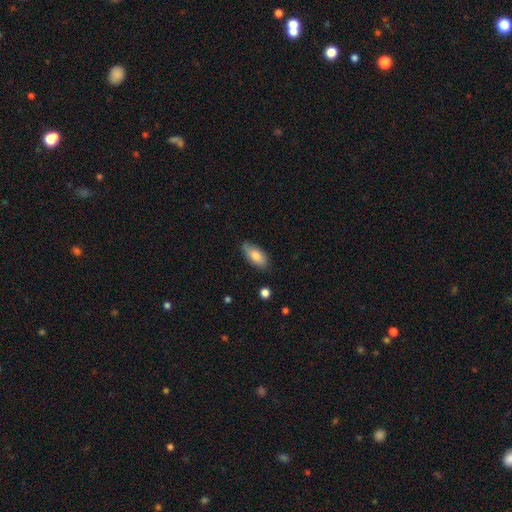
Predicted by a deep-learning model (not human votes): The model was most divided on "merging": none: 79%, minor disturbance: 17%, major disturbance: 3%, merger: 2%. More confident: how rounded — in between (87%); smooth or featured — smooth (79%).